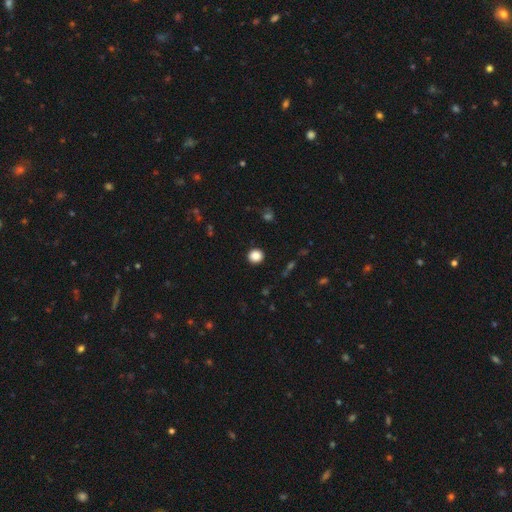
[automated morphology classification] Q: Smooth or featured?
A: smooth (86%); runner-up: star or artifact (10%)
Q: How rounded?
A: round (92%); runner-up: in between (7%)
Q: Merging?
A: none (92%); runner-up: minor disturbance (5%)